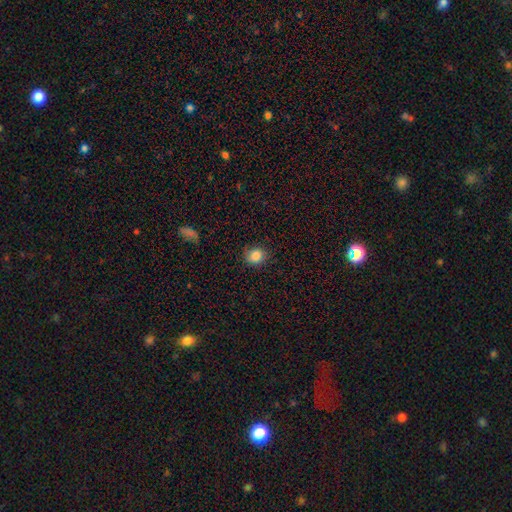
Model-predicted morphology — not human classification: Smooth or featured?
  - smooth: 85% *
  - star or artifact: 10%
  - featured or disk: 5%
How rounded?
  - round: 70% *
  - in between: 29%
  - cigar-shaped: 1%
Merging?
  - none: 80% *
  - minor disturbance: 15%
  - major disturbance: 4%
  - merger: 1%